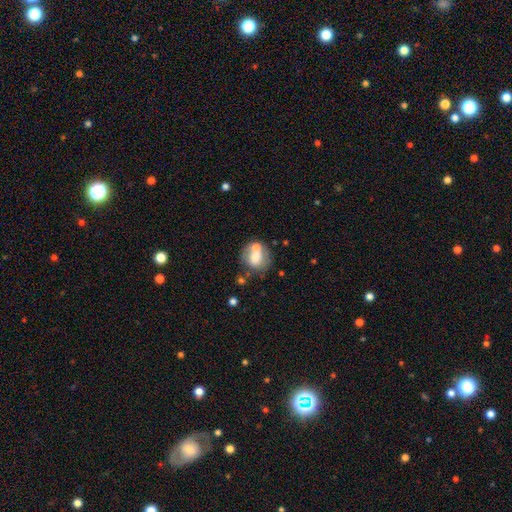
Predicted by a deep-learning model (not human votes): Smooth or featured? Predicted: smooth (p=0.61). How rounded? Predicted: round (p=0.67). Merging? Predicted: none (p=0.41).